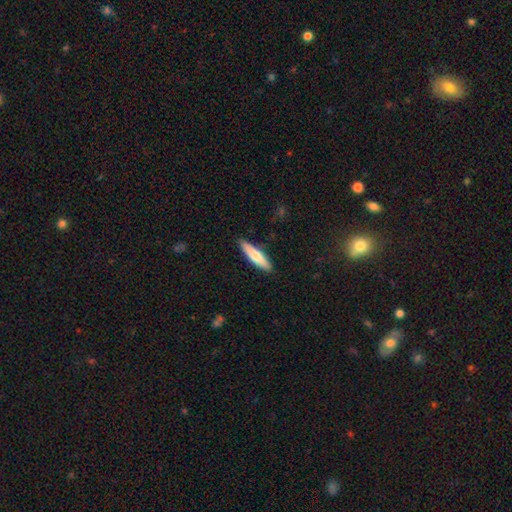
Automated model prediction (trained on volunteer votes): Morphology: type=smooth (73%); roundness=cigar-shaped (75%); merging=none (87%).